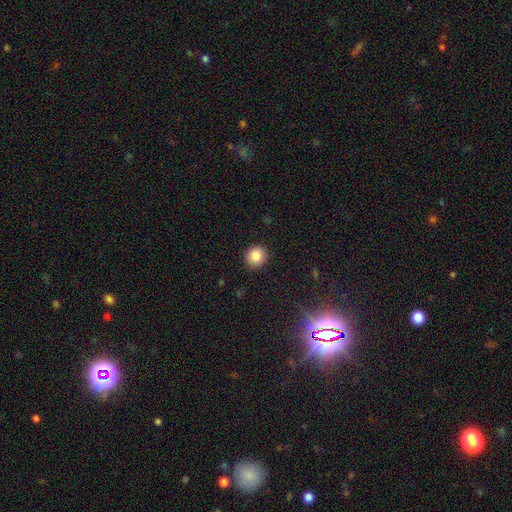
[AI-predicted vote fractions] Smooth or featured: smooth — 86% (star or artifact — 10%)
How rounded: round — 87% (in between — 12%)
Merging: none — 91% (minor disturbance — 6%)